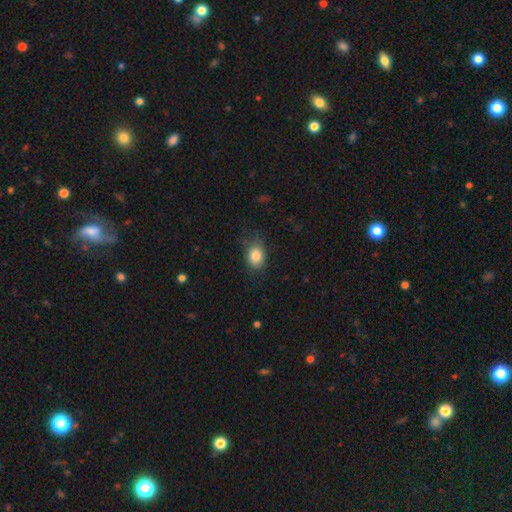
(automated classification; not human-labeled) Smooth or featured? smooth (84%)
How rounded? in between (68%)
Merging? none (68%)